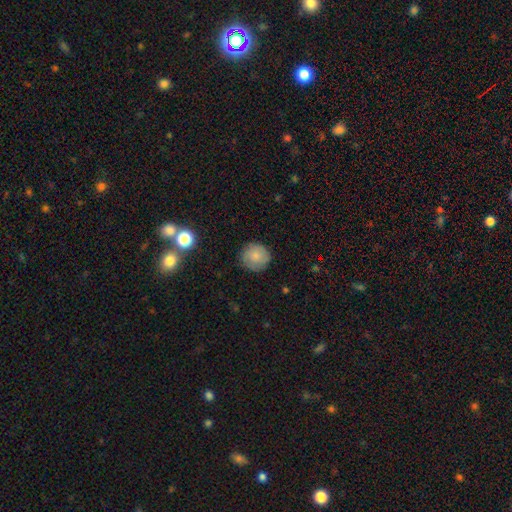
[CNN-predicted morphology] The model was most divided on "smooth or featured": smooth: 79%, featured or disk: 12%, star or artifact: 9%. More confident: how rounded — round (92%); merging — none (83%).